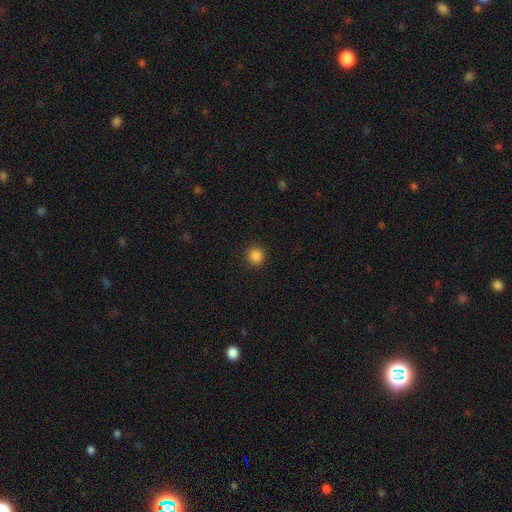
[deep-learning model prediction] Smooth or featured?
  - smooth: 86% *
  - star or artifact: 11%
  - featured or disk: 3%
How rounded?
  - round: 94% *
  - in between: 5%
  - cigar-shaped: 1%
Merging?
  - none: 92% *
  - minor disturbance: 5%
  - major disturbance: 2%
  - merger: 1%